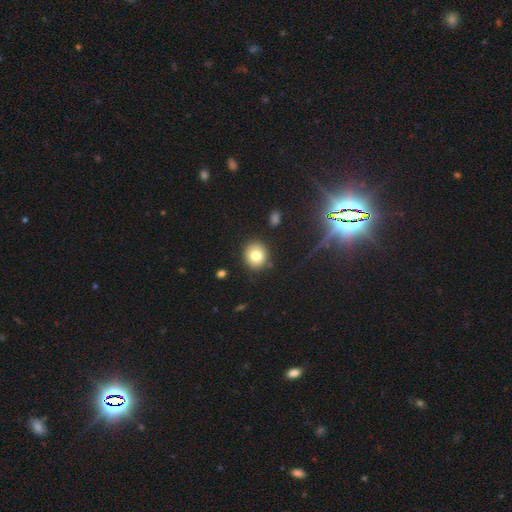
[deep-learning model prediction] This appears to be a smooth galaxy with no disk features (77%) that is round (78%). Merging: none (86%).